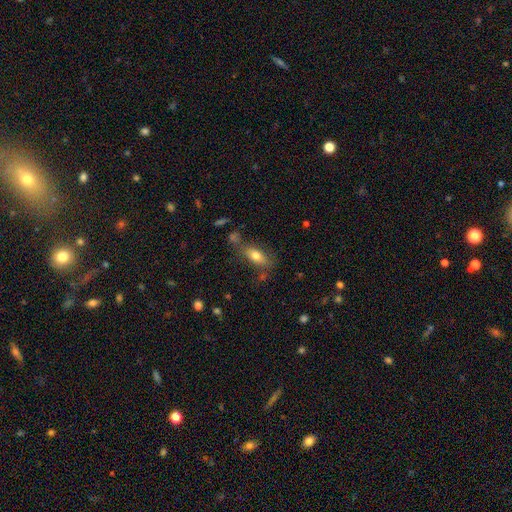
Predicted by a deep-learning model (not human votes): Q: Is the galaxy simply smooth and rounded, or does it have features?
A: smooth — 72%.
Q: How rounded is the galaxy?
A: in between — 78%.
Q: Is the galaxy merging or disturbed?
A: none — 68%.